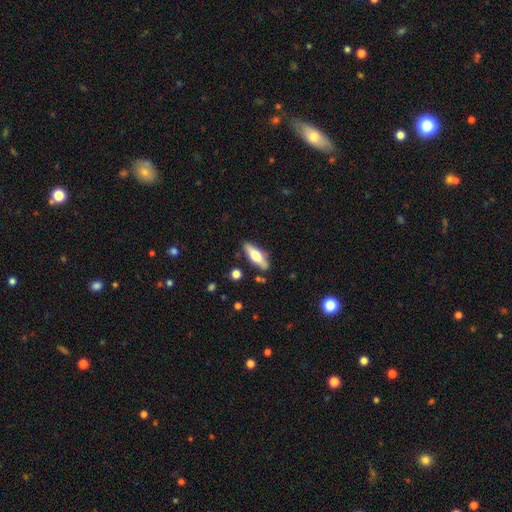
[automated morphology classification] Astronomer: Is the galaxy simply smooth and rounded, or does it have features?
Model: smooth — 53% (runner-up: featured or disk, 41%).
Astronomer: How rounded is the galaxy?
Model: cigar-shaped — 50% (runner-up: in between, 47%).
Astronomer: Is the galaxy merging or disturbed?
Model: none — 81%.